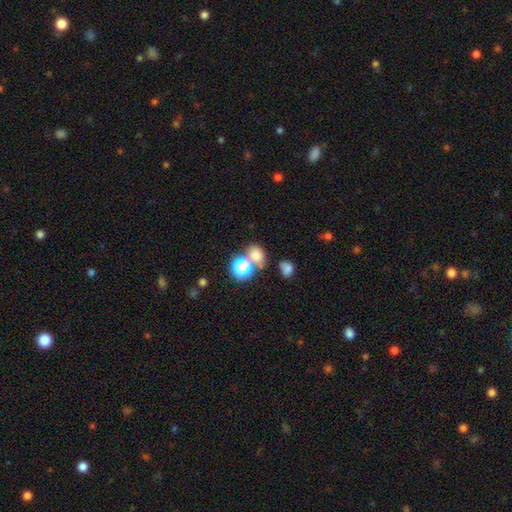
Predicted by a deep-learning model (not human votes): The model was most divided on "how rounded": round: 54%, in between: 45%, cigar-shaped: 1%. More confident: smooth or featured — smooth (71%); merging — none (52%).